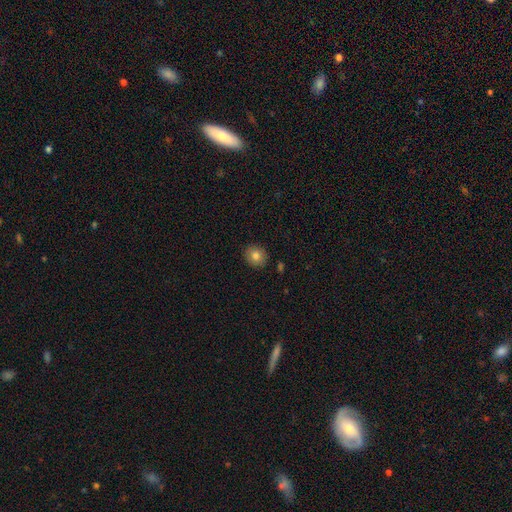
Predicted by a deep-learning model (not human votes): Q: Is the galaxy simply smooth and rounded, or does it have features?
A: smooth — 81%.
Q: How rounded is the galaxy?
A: round — 81%.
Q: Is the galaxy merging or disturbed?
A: none — 89%.